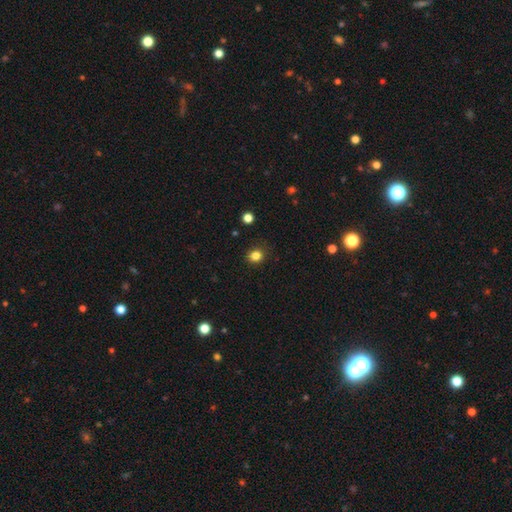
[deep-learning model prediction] Smooth or featured?
  - smooth: 84% *
  - star or artifact: 12%
  - featured or disk: 4%
How rounded?
  - round: 76% *
  - in between: 24%
  - cigar-shaped: 1%
Merging?
  - none: 88% *
  - minor disturbance: 8%
  - major disturbance: 2%
  - merger: 1%